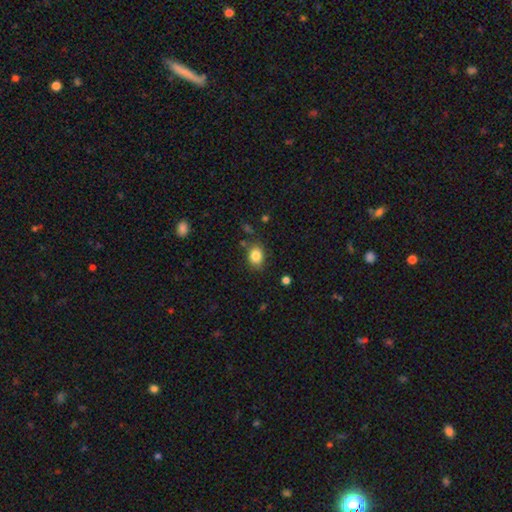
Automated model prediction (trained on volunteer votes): A smooth galaxy with no disk features (84%) that is in between round and cigar-shaped (61%). Merging: none (78%).